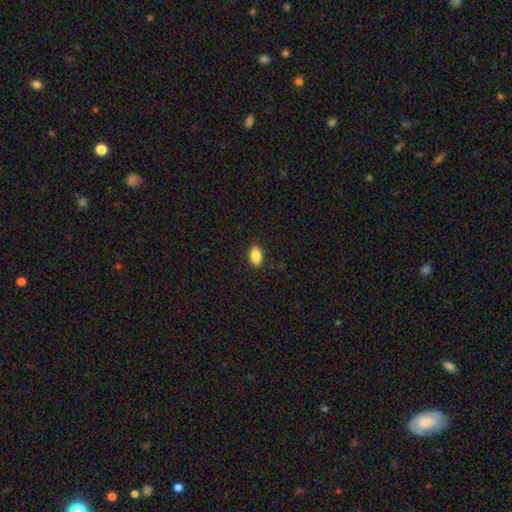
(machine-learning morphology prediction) Smooth or featured? Predicted: smooth (p=0.88). How rounded? Predicted: in between (p=0.92). Merging? Predicted: none (p=0.90).